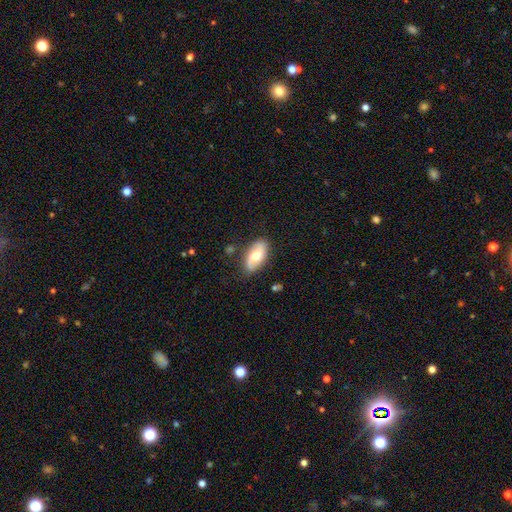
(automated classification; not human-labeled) Smooth or featured: featured or disk — 52% (smooth — 42%)
Edge-on disk: no — 90% (yes — 10%)
Merging: none — 78% (minor disturbance — 16%)